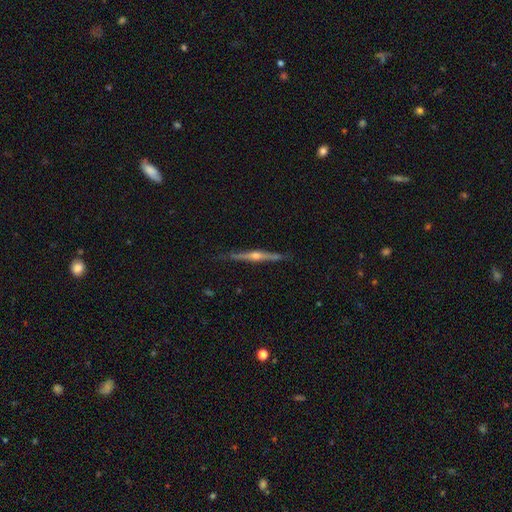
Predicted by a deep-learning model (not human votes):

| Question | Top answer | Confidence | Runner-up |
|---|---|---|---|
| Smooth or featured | featured or disk | 84% | smooth (11%) |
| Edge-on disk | yes | 98% | no (2%) |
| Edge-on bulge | rounded | 91% | none (5%) |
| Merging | none | 87% | minor disturbance (10%) |